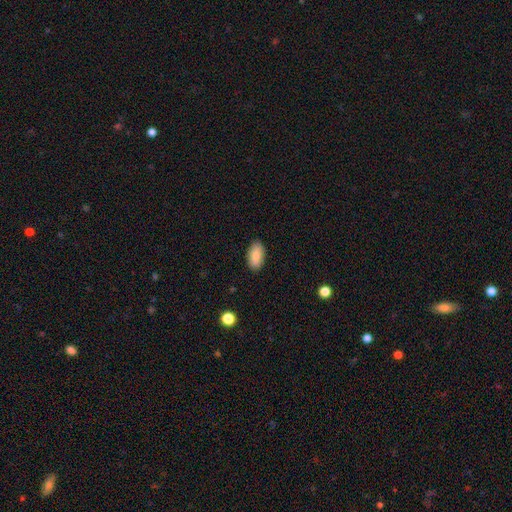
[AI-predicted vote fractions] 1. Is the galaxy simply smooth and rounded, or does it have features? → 85% smooth, 8% featured or disk, 7% star or artifact.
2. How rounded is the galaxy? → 94% in between, 3% cigar-shaped, 3% round.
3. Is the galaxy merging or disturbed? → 88% none, 9% minor disturbance, 2% major disturbance, 1% merger.